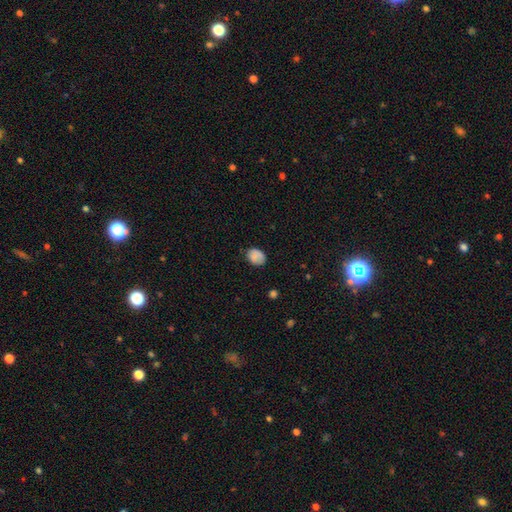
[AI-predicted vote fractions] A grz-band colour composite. It shows a smooth galaxy with no disk features (79%) that is in between round and cigar-shaped (62%). Merging: none (70%).